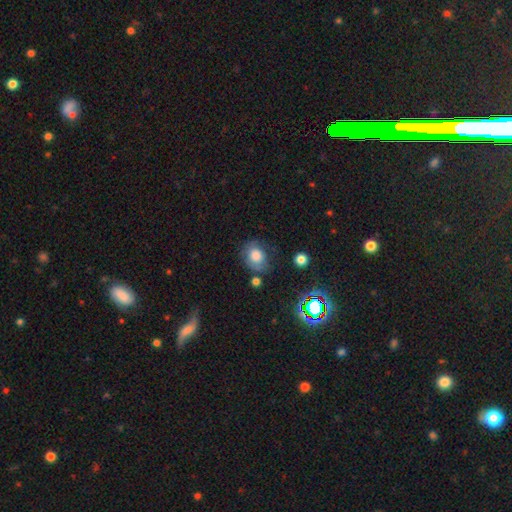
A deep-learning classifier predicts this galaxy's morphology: The model was most divided on "how rounded": round: 56%, in between: 43%, cigar-shaped: 1%. More confident: smooth or featured — smooth (70%); merging — none (57%).